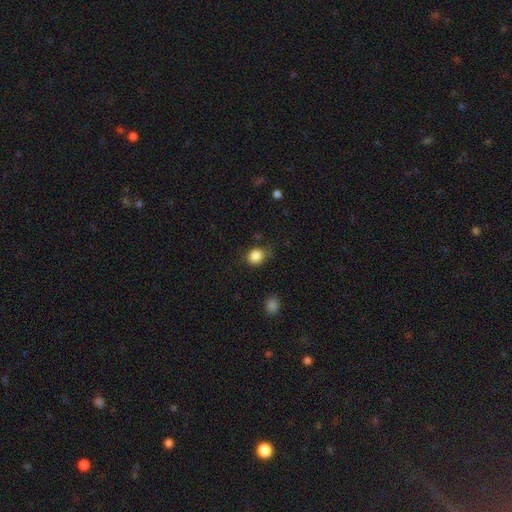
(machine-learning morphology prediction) Overall: smooth (86%). How rounded: round (76%). Merging: none (73%).